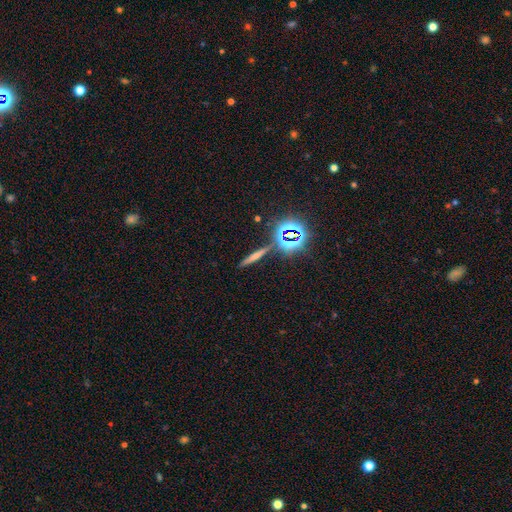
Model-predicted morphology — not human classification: This is possibly a smooth galaxy (48%). Merging: clearly none (86%).